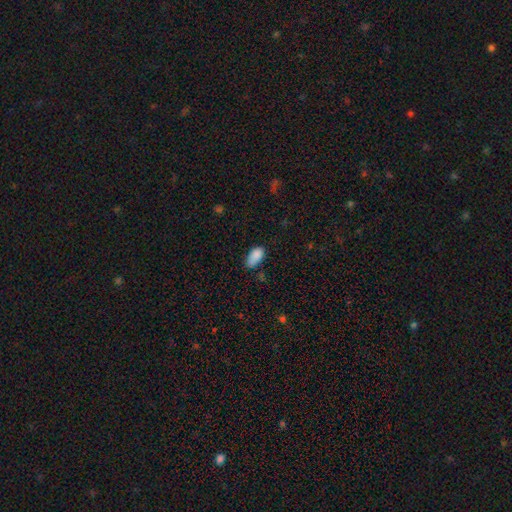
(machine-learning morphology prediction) This is clearly a smooth galaxy (86%). How rounded: clearly in between (92%). Merging: possibly none (55%).